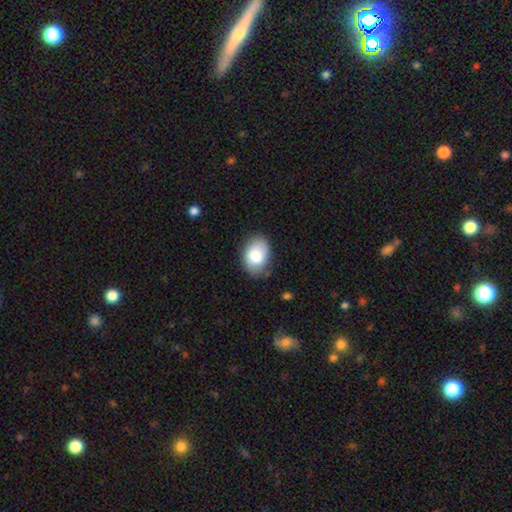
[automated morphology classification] Overall: smooth (83%). How rounded: in between (83%). Merging: none (79%).